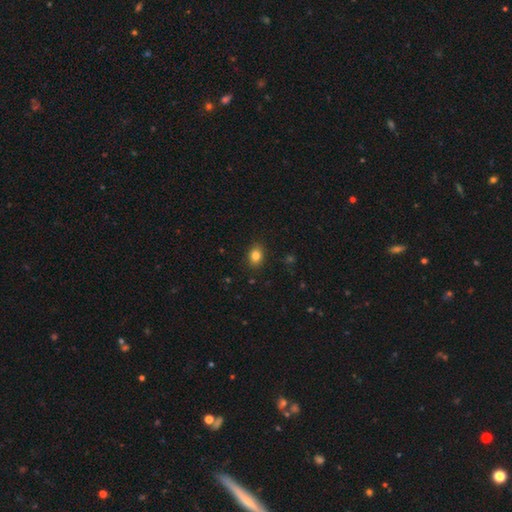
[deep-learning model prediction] This is clearly a smooth galaxy (82%). How rounded: likely in between (64%). Merging: clearly none (88%).